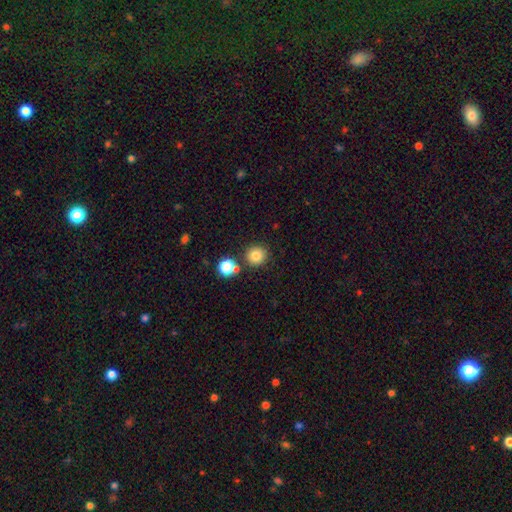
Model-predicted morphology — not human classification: A smooth galaxy with no disk features (81%) that is round (92%). Merging: none (77%).